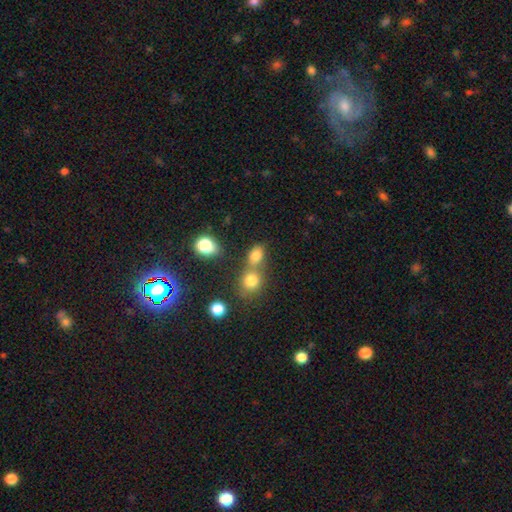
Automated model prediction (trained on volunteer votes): Smooth or featured? Predicted: smooth (p=0.78). How rounded? Predicted: in between (p=0.54). Merging? Predicted: none (p=0.46).